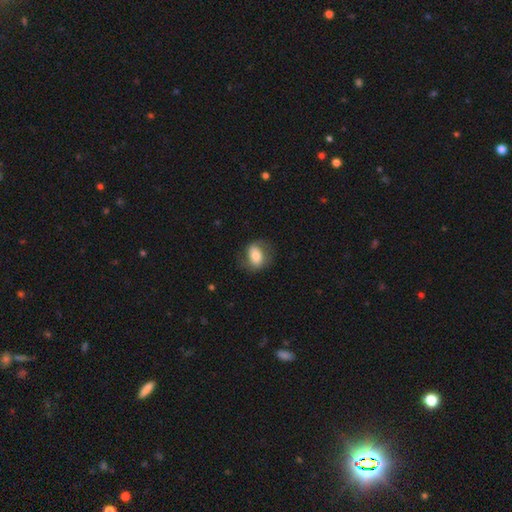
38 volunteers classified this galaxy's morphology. Q: Smooth or featured?
A: smooth (58%); runner-up: featured or disk (37%)
Q: How rounded?
A: in between (91%); runner-up: round (9%)
Q: Merging?
A: none (72%); runner-up: minor disturbance (17%)